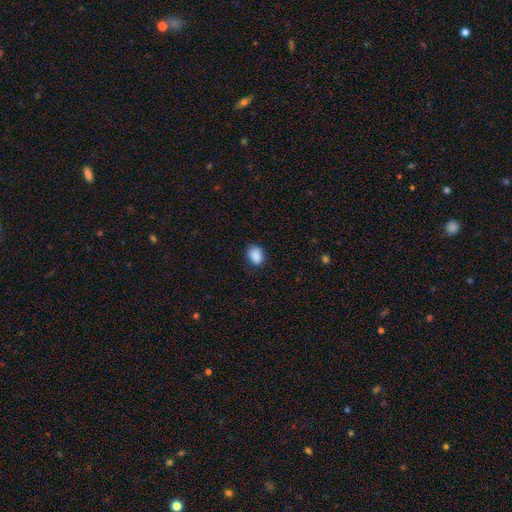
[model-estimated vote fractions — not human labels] The model was most divided on "how rounded": in between: 65%, round: 34%, cigar-shaped: 1%. More confident: smooth or featured — smooth (89%); merging — none (81%).